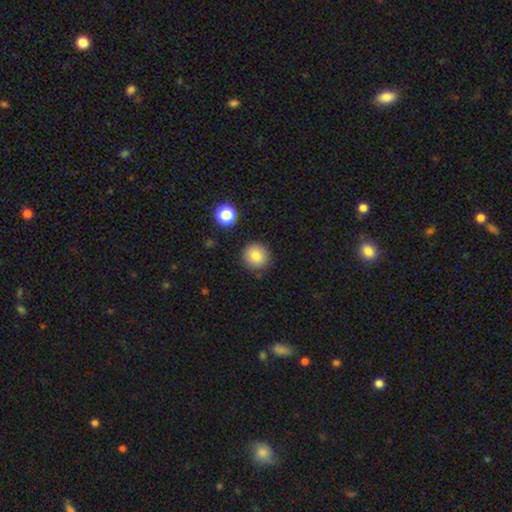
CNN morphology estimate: Smooth or featured? Predicted: smooth (p=0.83). How rounded? Predicted: round (p=0.94). Merging? Predicted: none (p=0.88).